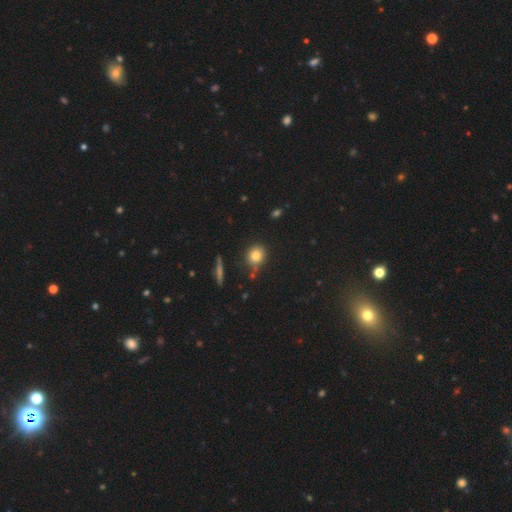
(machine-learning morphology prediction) Smooth or featured? smooth (80%)
How rounded? round (79%)
Merging? none (75%)